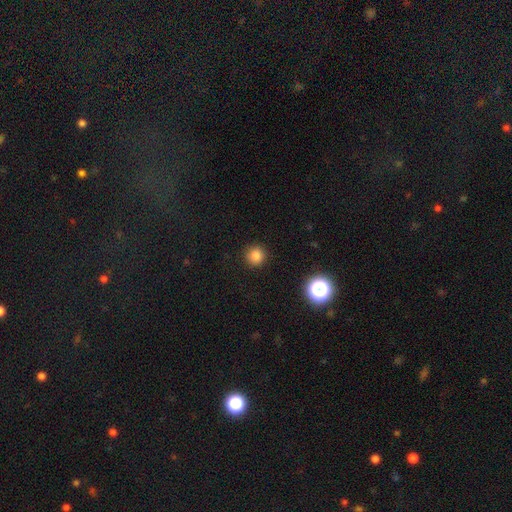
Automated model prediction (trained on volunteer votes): This appears to be a smooth galaxy with no disk features (83%) that is round (94%). Merging: none (91%).